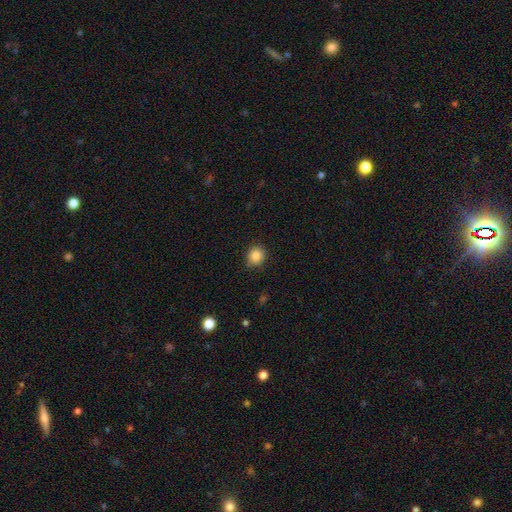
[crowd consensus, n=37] Volunteers were most divided on "how rounded": round: 88%, in between: 12%, cigar-shaped: 0%. More confident: merging — none (91%); smooth or featured — smooth (89%).